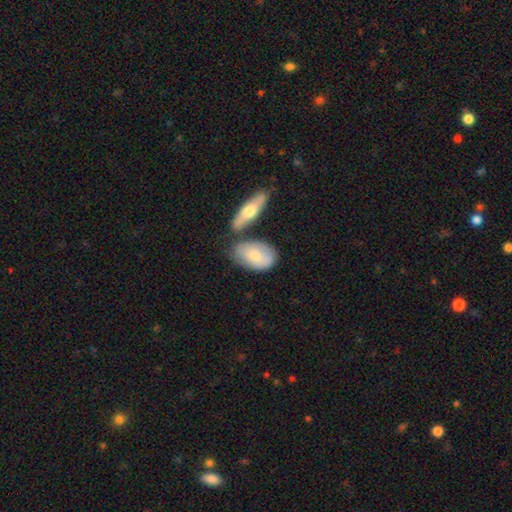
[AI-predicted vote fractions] This is likely a smooth galaxy (69%). How rounded: clearly in between (91%). Merging: possibly none (54%).